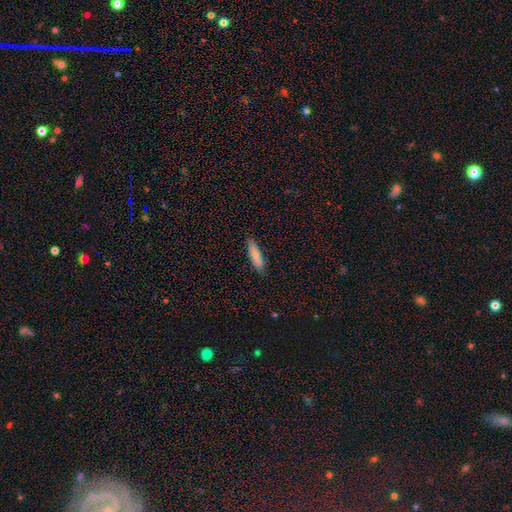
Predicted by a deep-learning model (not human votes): smooth 82%, featured or disk 12%, star or artifact 6%. Down the decision tree: how rounded — cigar-shaped (69%); merging — none (87%).